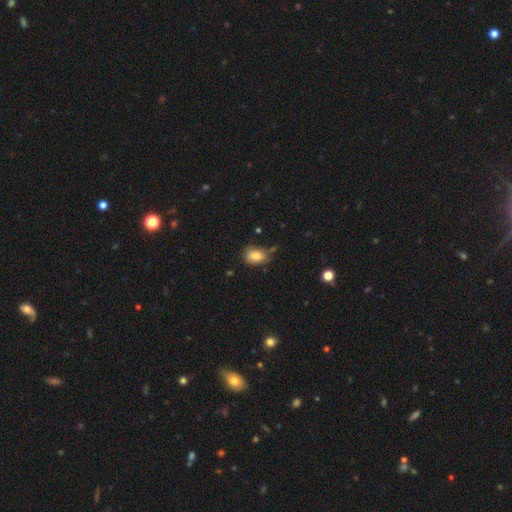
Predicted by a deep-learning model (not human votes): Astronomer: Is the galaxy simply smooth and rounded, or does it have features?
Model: smooth — 82%.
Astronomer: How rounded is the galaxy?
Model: in between — 77%.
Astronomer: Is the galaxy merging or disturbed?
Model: none — 61%.